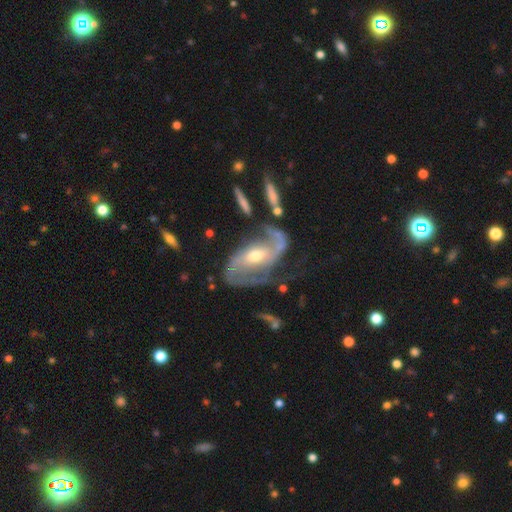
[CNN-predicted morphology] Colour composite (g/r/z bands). It shows a featured or disk galaxy (89%) with a weak bar (45%), 2 (84%) medium (45%) spiral arms (96%) and a moderate central bulge (65%). Merging: none (54%).